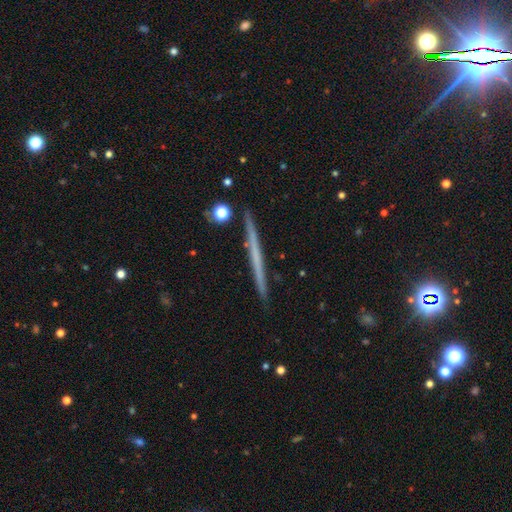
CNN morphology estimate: Overall: featured or disk (56%; smooth 36%). Edge-on disk: yes (97%). Edge-on bulge: none (91%). Merging: none (91%).